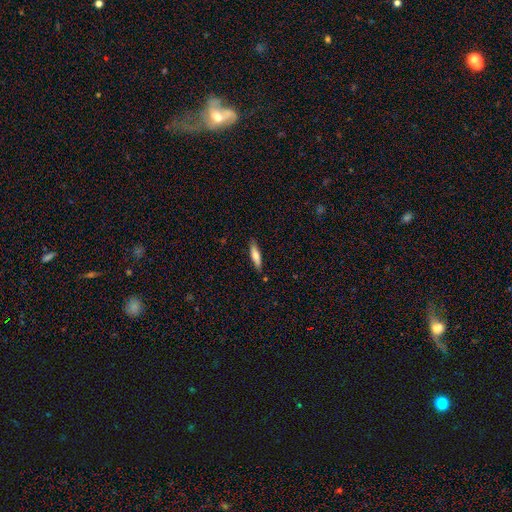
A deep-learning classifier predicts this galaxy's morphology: Q: Smooth or featured?
A: smooth (71%); runner-up: featured or disk (23%)
Q: How rounded?
A: cigar-shaped (72%); runner-up: in between (27%)
Q: Merging?
A: none (84%); runner-up: minor disturbance (12%)